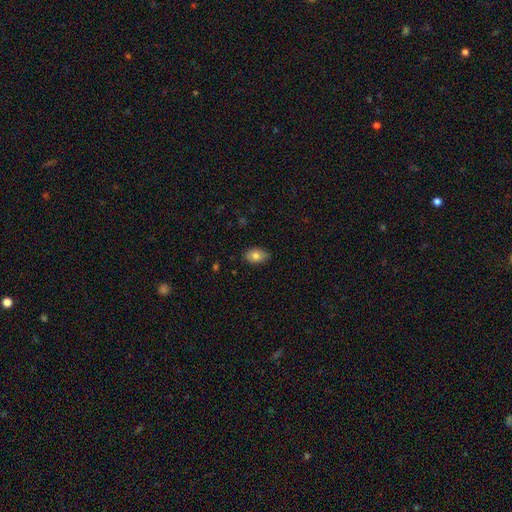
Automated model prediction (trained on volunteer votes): Q: Smooth or featured?
A: smooth (79%); runner-up: featured or disk (13%)
Q: How rounded?
A: in between (88%); runner-up: round (11%)
Q: Merging?
A: none (84%); runner-up: minor disturbance (13%)